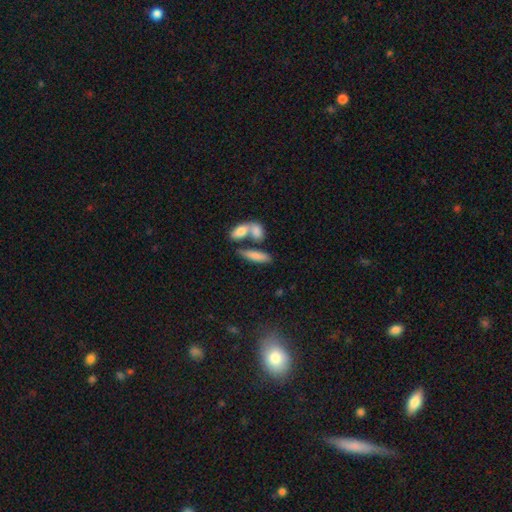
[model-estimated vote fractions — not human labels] Smooth or featured?
  - smooth: 76% *
  - featured or disk: 16%
  - star or artifact: 7%
How rounded?
  - in between: 50% *
  - cigar-shaped: 47%
  - round: 3%
Merging?
  - none: 45% *
  - merger: 39%
  - minor disturbance: 11%
  - major disturbance: 5%